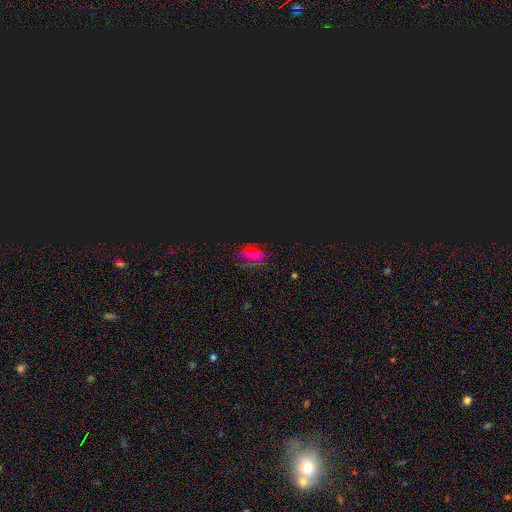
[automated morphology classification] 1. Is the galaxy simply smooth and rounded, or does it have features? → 58% star or artifact, 27% smooth, 16% featured or disk.